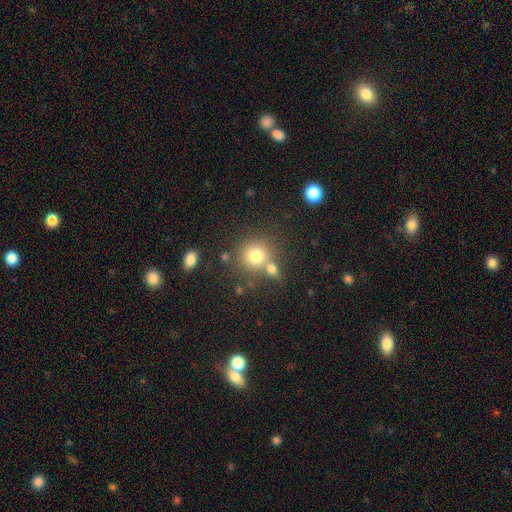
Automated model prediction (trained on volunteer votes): A smooth galaxy with no disk features (76%) that is round (87%). Merging: none (57%).